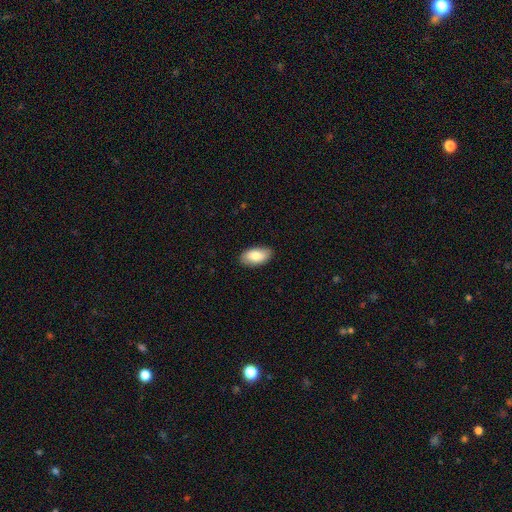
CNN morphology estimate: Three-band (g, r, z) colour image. It shows a smooth galaxy with no disk features (83%) that is in between round and cigar-shaped (94%). Merging: none (88%).